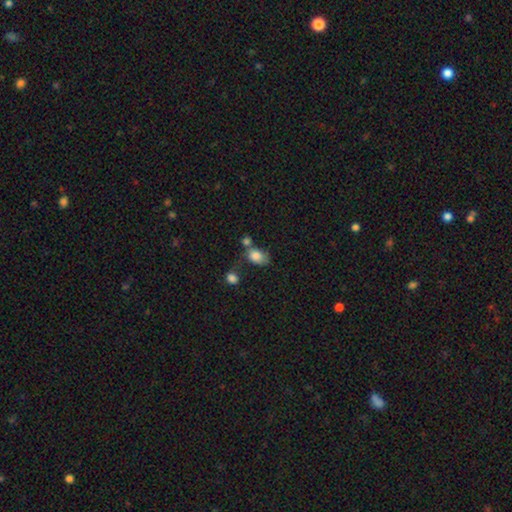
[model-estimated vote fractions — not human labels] This is clearly a smooth galaxy (82%). How rounded: likely in between (76%). Merging: marginally none (34%).